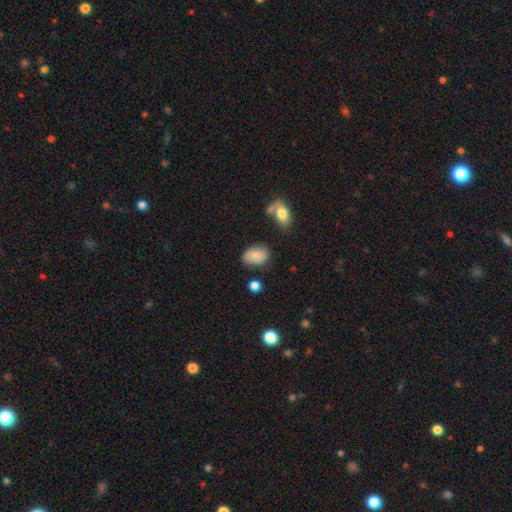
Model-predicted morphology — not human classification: smooth-or-featured: smooth: 76% | featured or disk: 15% | star or artifact: 8%
  how-rounded: in between: 77% | round: 22% | cigar-shaped: 1%
  merging: none: 73% | minor disturbance: 18% | merger: 5% | major disturbance: 4%